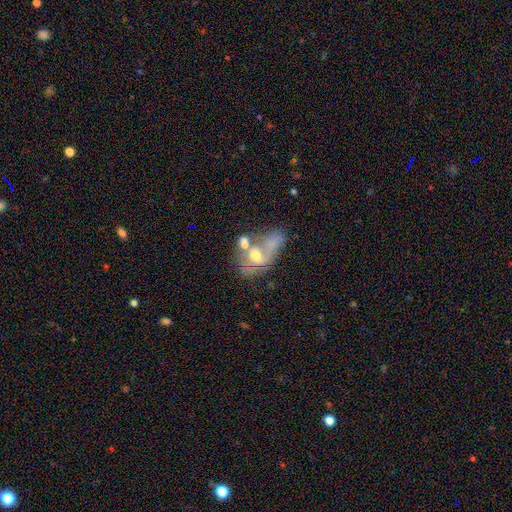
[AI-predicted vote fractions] A featured or disk galaxy (60%) with no bar (66%), no spiral arms (55%) and a moderate central bulge (60%). Merging: merger (50%).